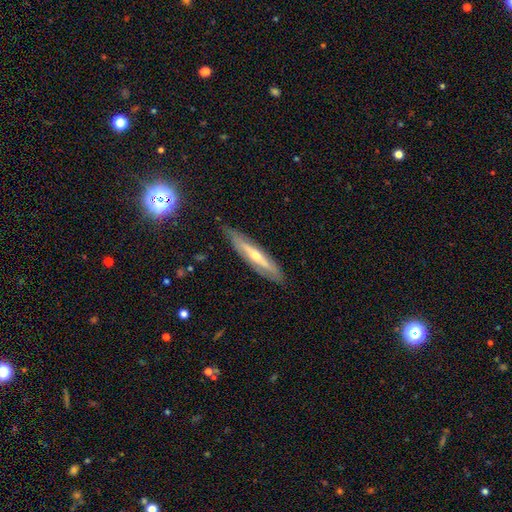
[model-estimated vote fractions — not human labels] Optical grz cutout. It shows a featured or disk galaxy (65%) viewed edge-on (72%). Merging: none (79%).